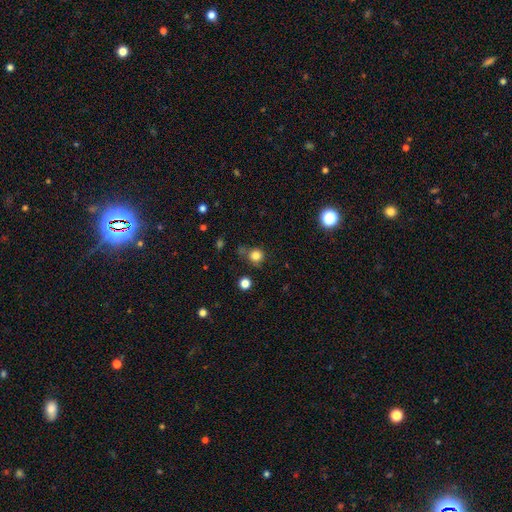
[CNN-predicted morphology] Smooth or featured? Predicted: smooth (p=0.82). How rounded? Predicted: round (p=0.91). Merging? Predicted: none (p=0.71).